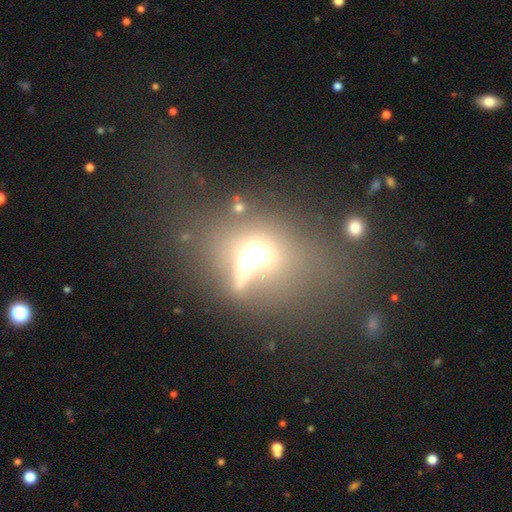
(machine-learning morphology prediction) type=smooth (42%); merging=merger (40%).